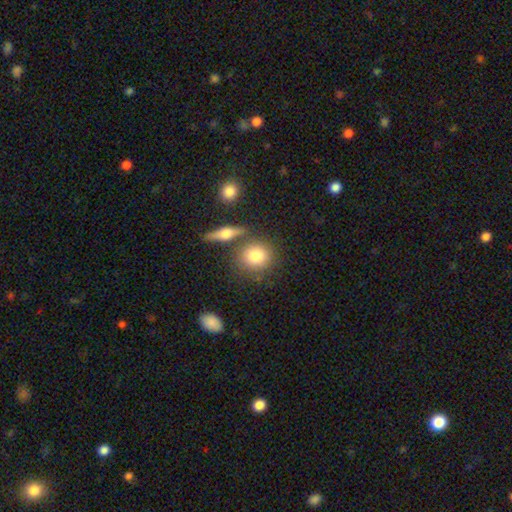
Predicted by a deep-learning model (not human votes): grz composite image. It shows a smooth galaxy with no disk features (80%) that is round (77%). Merging: none (69%).